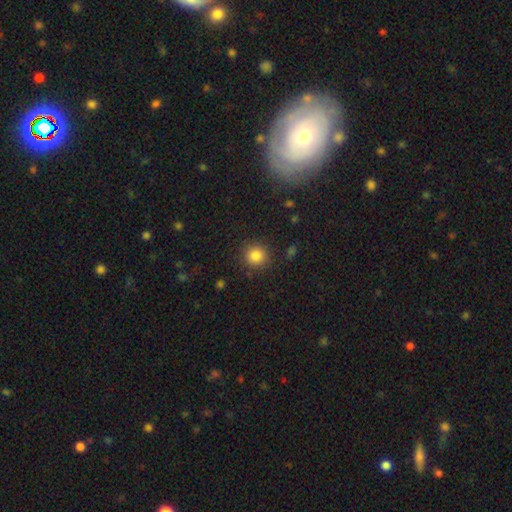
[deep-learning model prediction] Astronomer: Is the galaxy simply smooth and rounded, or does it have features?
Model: smooth — 84%.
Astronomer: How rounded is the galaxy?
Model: round — 91%.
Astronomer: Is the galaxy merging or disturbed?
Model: none — 88%.